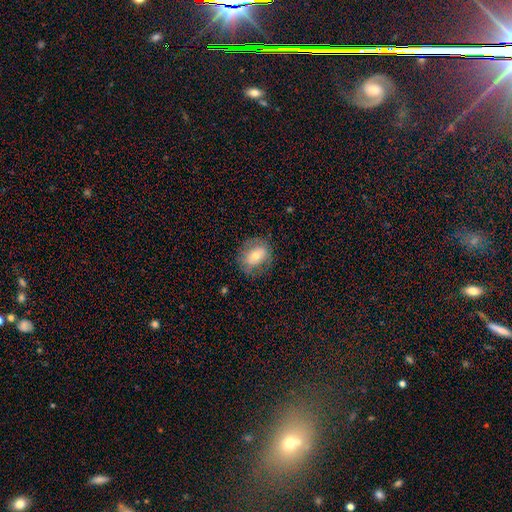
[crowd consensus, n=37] Smooth or featured? smooth (65%)
How rounded? round (71%)
Merging? none (78%)